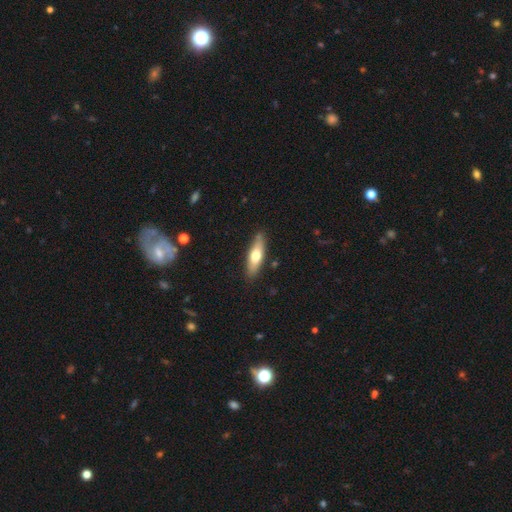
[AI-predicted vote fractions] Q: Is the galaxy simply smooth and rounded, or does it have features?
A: smooth — 62%.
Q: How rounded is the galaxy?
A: cigar-shaped — 52%.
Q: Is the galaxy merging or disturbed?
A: none — 84%.